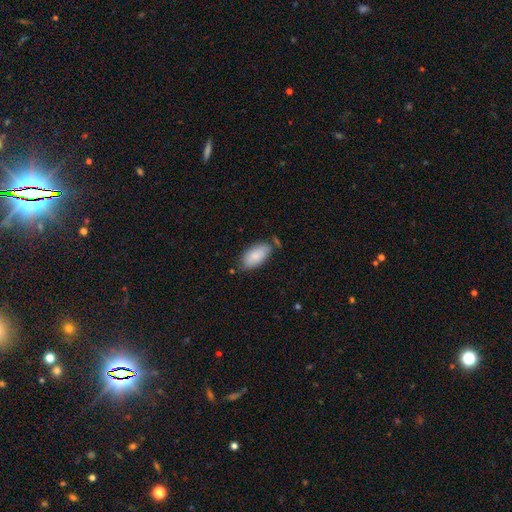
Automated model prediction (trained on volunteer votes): Smooth or featured: smooth — 85% (featured or disk — 9%)
How rounded: in between — 94% (cigar-shaped — 3%)
Merging: none — 68% (minor disturbance — 22%)